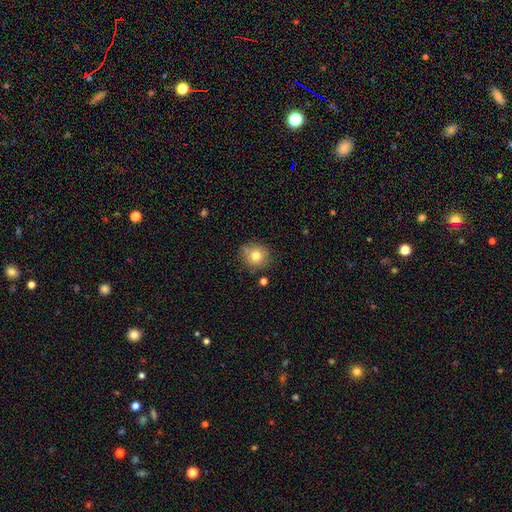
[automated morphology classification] smooth 78%, star or artifact 11%, featured or disk 11%. Down the decision tree: how rounded — round (88%); merging — none (78%).